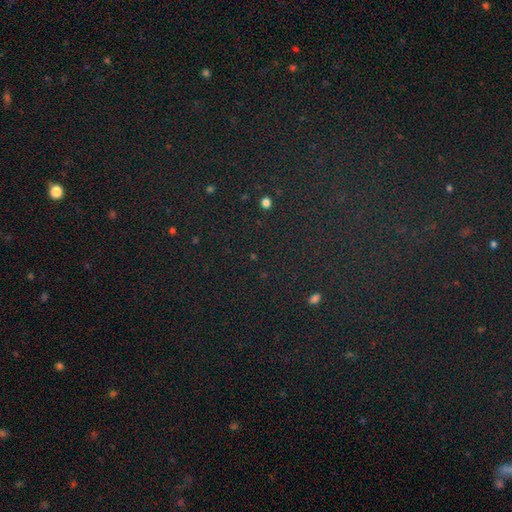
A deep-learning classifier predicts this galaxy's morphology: Smooth or featured? star or artifact (80%)